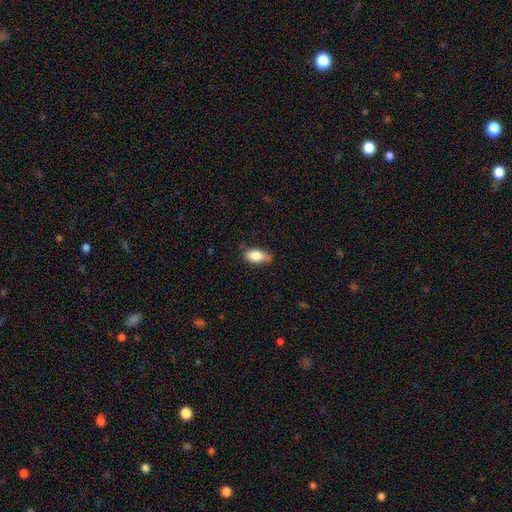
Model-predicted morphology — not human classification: A smooth galaxy with no disk features (80%) that is in between round and cigar-shaped (88%). Merging: none (64%).